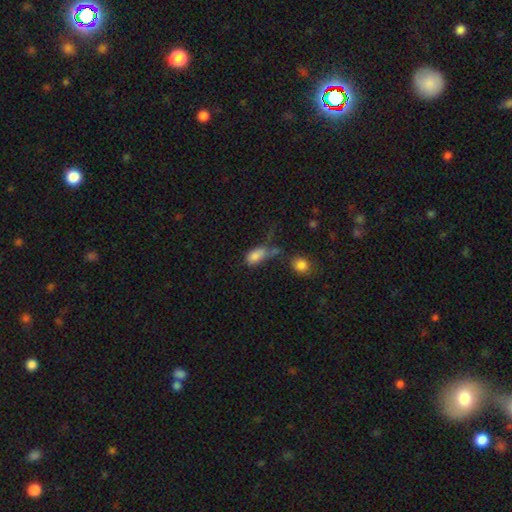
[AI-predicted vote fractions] smooth-or-featured: smooth: 80% | star or artifact: 11% | featured or disk: 9%
  how-rounded: in between: 88% | round: 7% | cigar-shaped: 5%
  merging: merger: 30% | none: 26% | major disturbance: 23% | minor disturbance: 21%